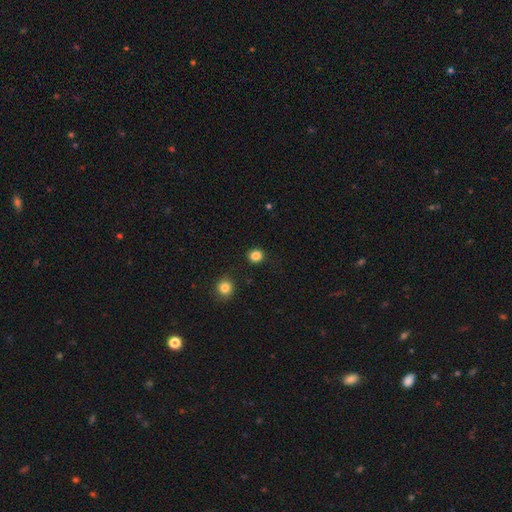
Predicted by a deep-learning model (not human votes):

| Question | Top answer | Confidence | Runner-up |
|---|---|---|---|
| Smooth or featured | smooth | 85% | star or artifact (12%) |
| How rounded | round | 83% | in between (16%) |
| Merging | none | 90% | minor disturbance (6%) |